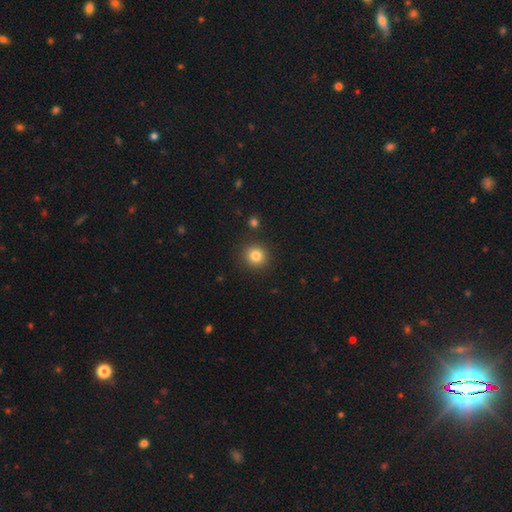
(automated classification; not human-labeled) smooth 83%, star or artifact 11%, featured or disk 6%. Down the decision tree: how rounded — round (92%); merging — none (89%).